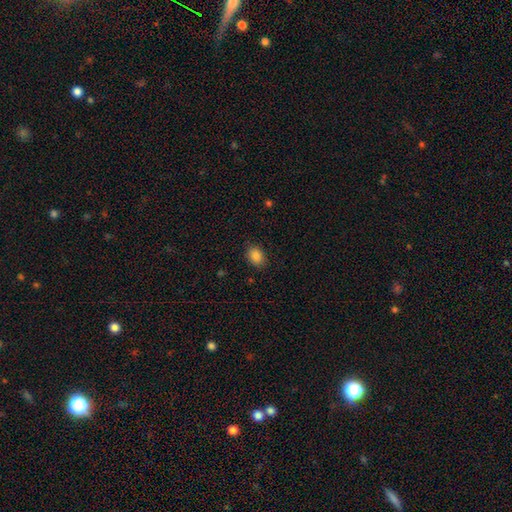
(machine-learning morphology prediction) Smooth or featured: smooth — 87% (star or artifact — 9%)
How rounded: in between — 69% (round — 30%)
Merging: none — 86% (minor disturbance — 10%)